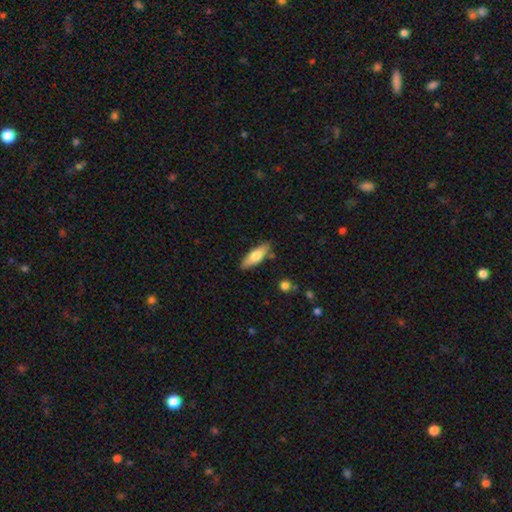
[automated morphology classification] Overall: smooth (68%). How rounded: in between (57%; cigar-shaped 40%). Merging: none (83%).